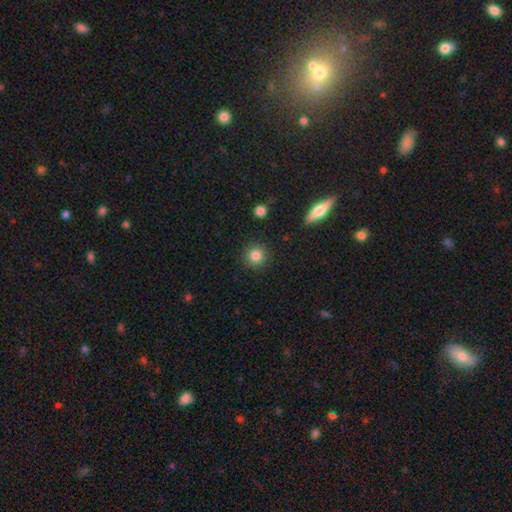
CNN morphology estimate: The model was most divided on "smooth or featured": smooth: 83%, star or artifact: 10%, featured or disk: 6%. More confident: how rounded — round (93%); merging — none (91%).